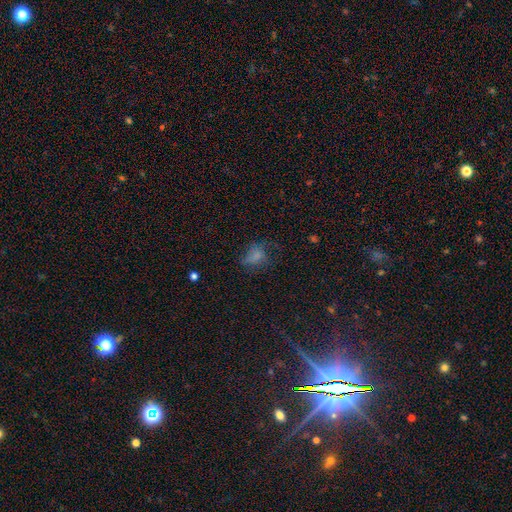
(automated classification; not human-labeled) Smooth or featured? Predicted: smooth (p=0.66). How rounded? Predicted: in between (p=0.69). Merging? Predicted: none (p=0.44).